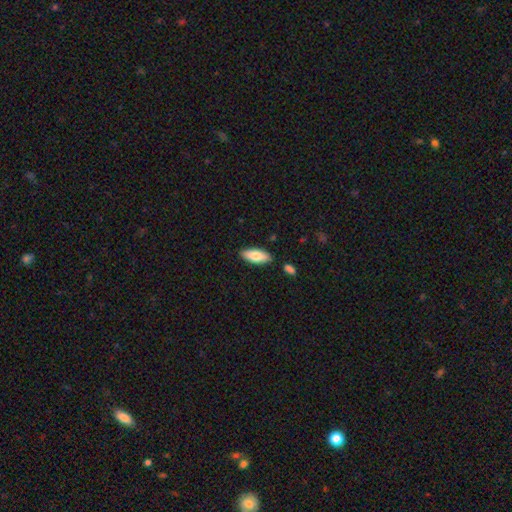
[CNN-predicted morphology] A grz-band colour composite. It shows a smooth galaxy with no disk features (78%) that is in between round and cigar-shaped (78%). Merging: none (86%).